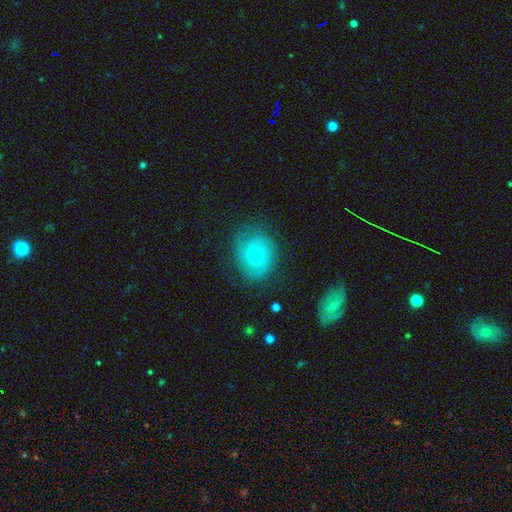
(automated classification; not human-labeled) Overall: smooth (55%; featured or disk 35%). How rounded: round (70%). Merging: none (72%).